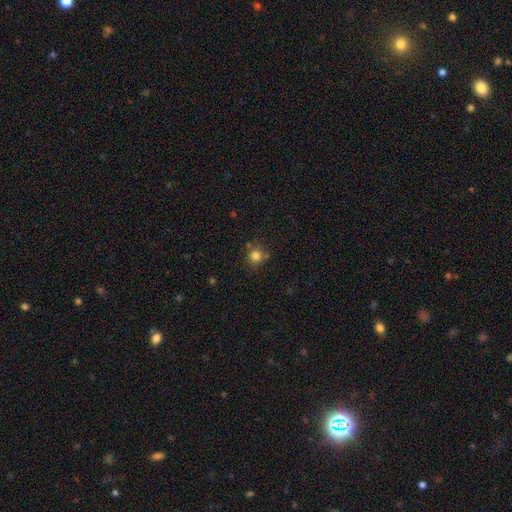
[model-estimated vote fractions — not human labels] Smooth or featured?
  - smooth: 81% *
  - star or artifact: 13%
  - featured or disk: 6%
How rounded?
  - round: 88% *
  - in between: 11%
  - cigar-shaped: 1%
Merging?
  - none: 73% *
  - minor disturbance: 15%
  - merger: 8%
  - major disturbance: 4%